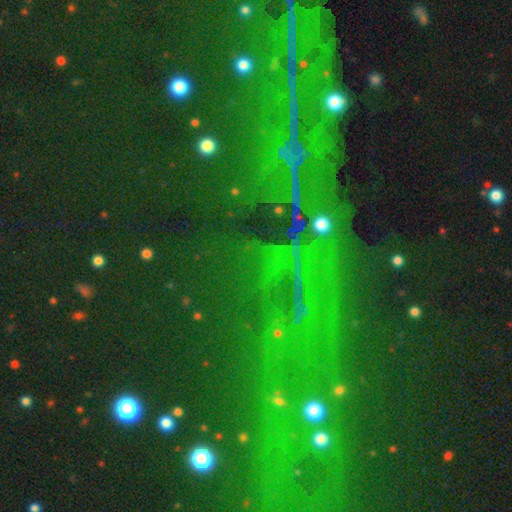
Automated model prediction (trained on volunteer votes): A star or artifact, not a galaxy (80%).